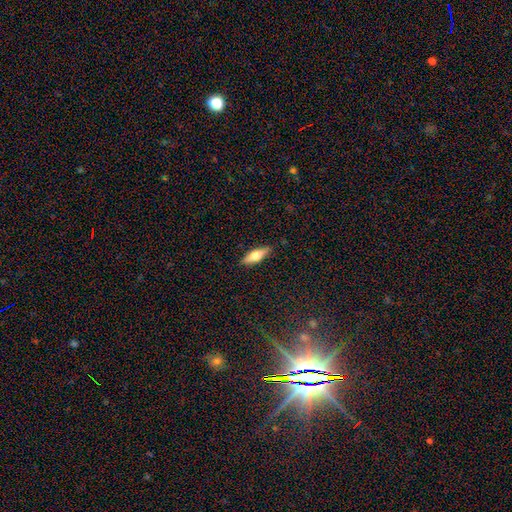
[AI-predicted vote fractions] Q: Smooth or featured?
A: smooth (56%); runner-up: featured or disk (38%)
Q: How rounded?
A: in between (52%); runner-up: cigar-shaped (46%)
Q: Merging?
A: none (89%); runner-up: minor disturbance (9%)